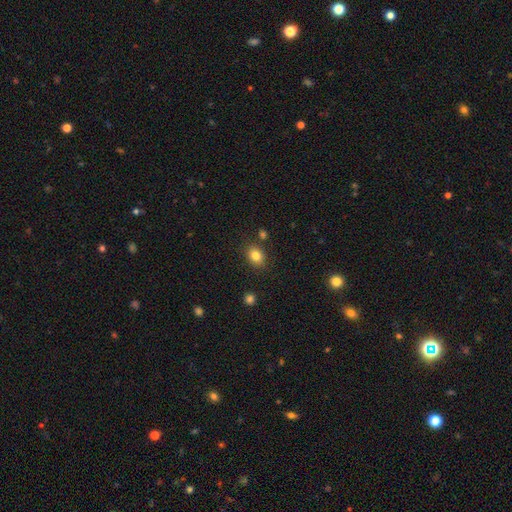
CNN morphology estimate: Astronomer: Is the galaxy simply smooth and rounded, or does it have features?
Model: smooth — 83%.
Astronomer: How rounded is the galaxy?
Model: in between — 57% (runner-up: round, 42%).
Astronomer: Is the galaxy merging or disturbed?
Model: none — 82%.